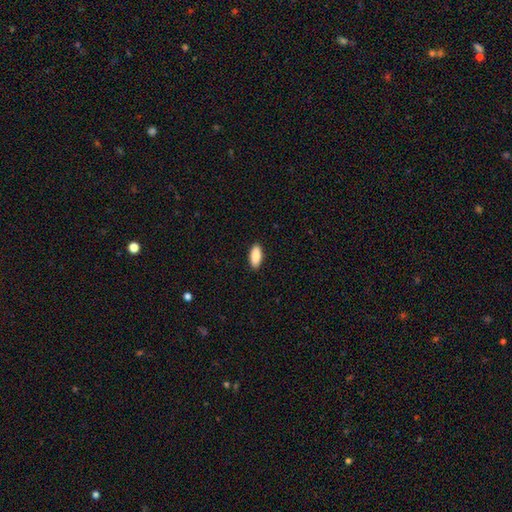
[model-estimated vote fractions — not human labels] smooth_or_featured: smooth (p=0.89) [alt: star or artifact p=0.06]
how_rounded: in between (p=0.86) [alt: cigar-shaped p=0.12]
merging: none (p=0.90) [alt: minor disturbance p=0.08]